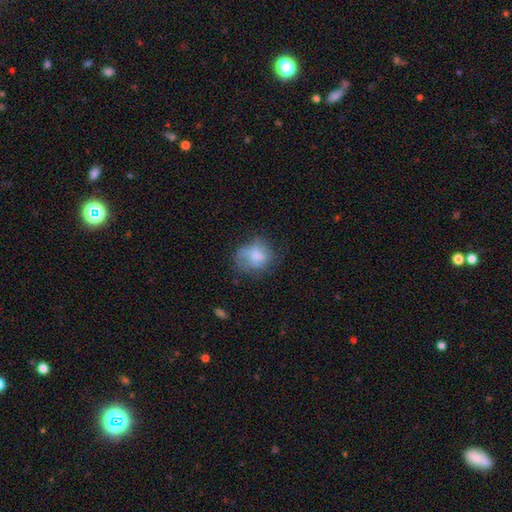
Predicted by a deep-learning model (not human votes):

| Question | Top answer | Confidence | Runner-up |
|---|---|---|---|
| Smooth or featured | smooth | 62% | featured or disk (29%) |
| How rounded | round | 61% | in between (38%) |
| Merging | none | 46% | minor disturbance (28%) |